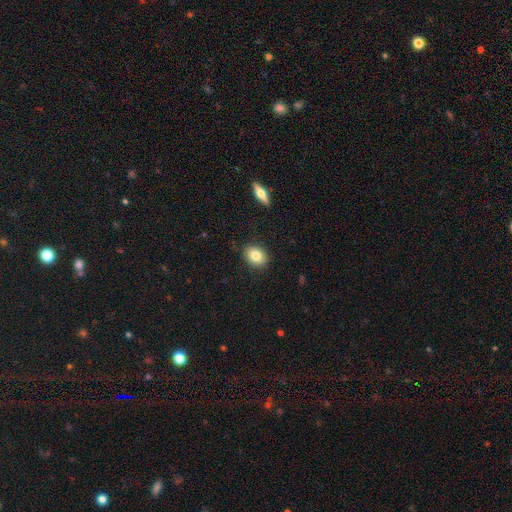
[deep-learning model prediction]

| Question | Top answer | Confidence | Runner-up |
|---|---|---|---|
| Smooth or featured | smooth | 82% | featured or disk (10%) |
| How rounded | in between | 58% | round (41%) |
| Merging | none | 87% | minor disturbance (10%) |